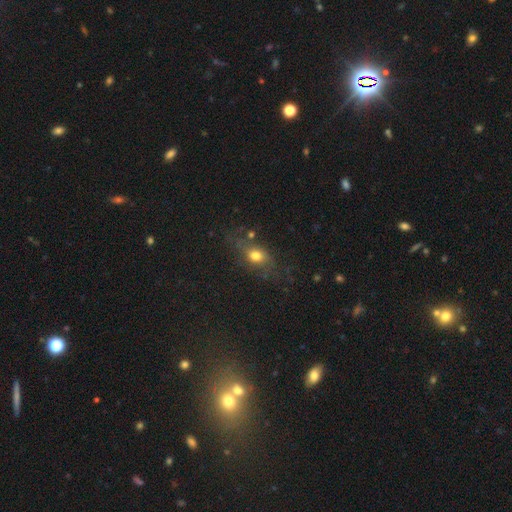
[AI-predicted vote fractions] Smooth or featured? Predicted: smooth (p=0.67). How rounded? Predicted: in between (p=0.63). Merging? Predicted: none (p=0.62).